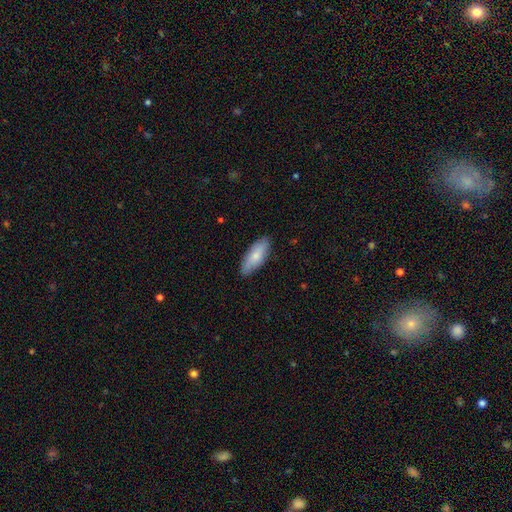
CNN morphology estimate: This appears to be a smooth galaxy with no disk features (74%) that is in between round and cigar-shaped (72%). Merging: none (85%).